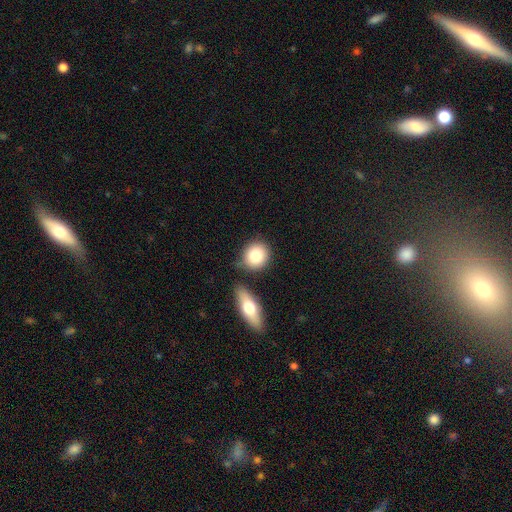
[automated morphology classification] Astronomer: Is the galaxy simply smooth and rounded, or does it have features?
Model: smooth — 80%.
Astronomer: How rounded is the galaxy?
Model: round — 78%.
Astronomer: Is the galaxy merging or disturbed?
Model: none — 74%.